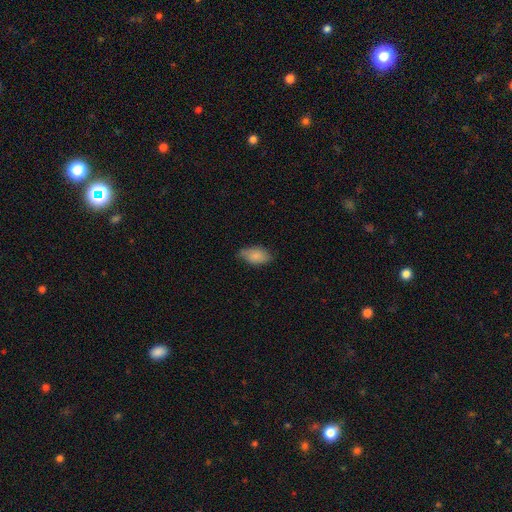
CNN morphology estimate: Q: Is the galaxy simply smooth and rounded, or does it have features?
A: smooth — 84%.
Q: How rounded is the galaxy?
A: in between — 93%.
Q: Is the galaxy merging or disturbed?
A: none — 66%.